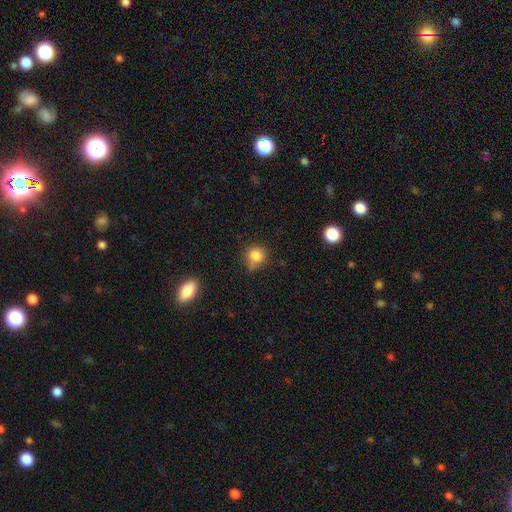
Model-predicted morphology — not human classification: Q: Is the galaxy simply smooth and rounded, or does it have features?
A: smooth — 83%.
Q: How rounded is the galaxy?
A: round — 86%.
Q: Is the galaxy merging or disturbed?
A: none — 60%.